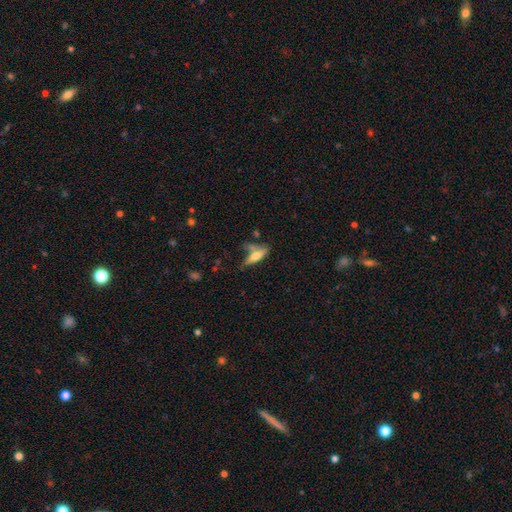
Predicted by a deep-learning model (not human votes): This is possibly a smooth galaxy (59%). How rounded: likely cigar-shaped (62%). Merging: possibly none (51%).